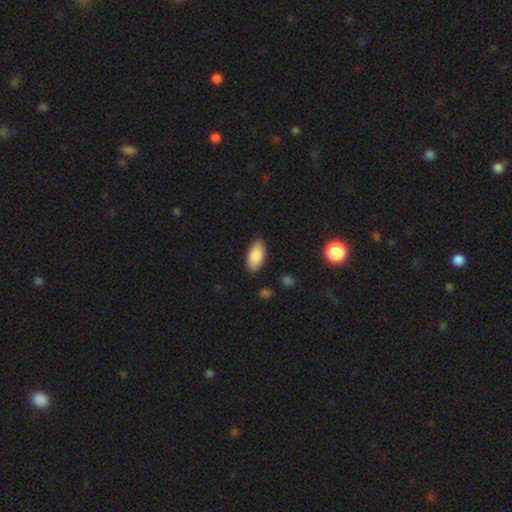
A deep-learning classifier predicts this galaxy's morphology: Q: Smooth or featured?
A: smooth (87%); runner-up: star or artifact (7%)
Q: How rounded?
A: in between (94%); runner-up: cigar-shaped (4%)
Q: Merging?
A: none (87%); runner-up: minor disturbance (9%)